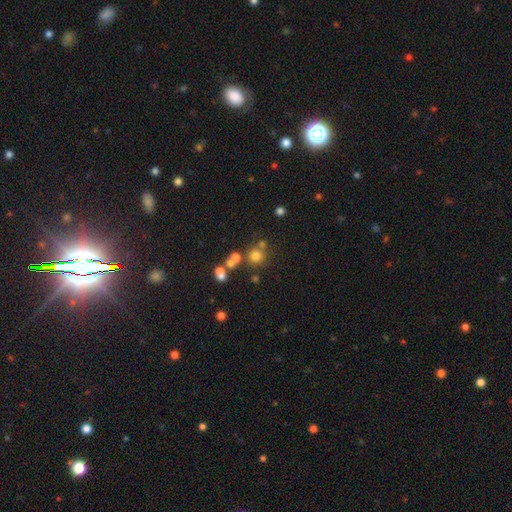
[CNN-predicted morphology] This appears to be a smooth galaxy with no disk features (69%) that is round (89%). Merging: none (62%).